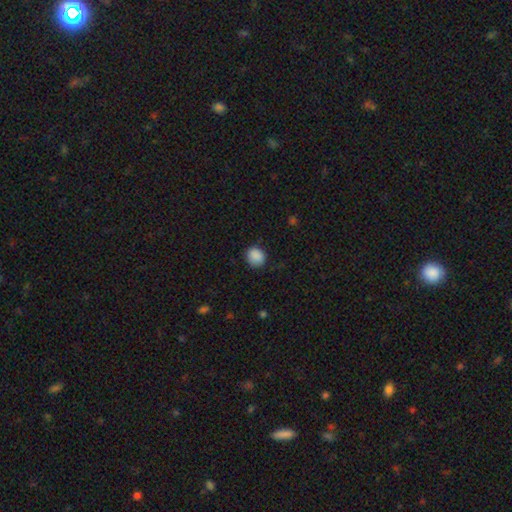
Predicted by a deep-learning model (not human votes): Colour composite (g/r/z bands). It shows a smooth galaxy with no disk features (88%) that is round (76%). Merging: none (83%).